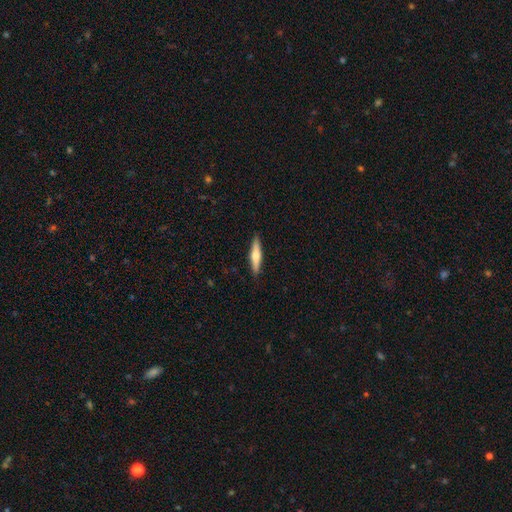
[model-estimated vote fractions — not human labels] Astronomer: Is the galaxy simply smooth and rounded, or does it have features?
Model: featured or disk — 48% (runner-up: smooth, 47%).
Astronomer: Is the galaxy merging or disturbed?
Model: none — 90%.